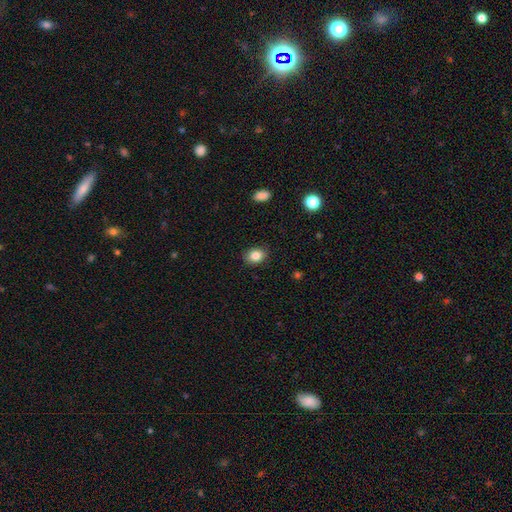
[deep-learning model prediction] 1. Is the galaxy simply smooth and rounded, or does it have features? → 85% smooth, 9% star or artifact, 6% featured or disk.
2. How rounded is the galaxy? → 58% in between, 41% round, 1% cigar-shaped.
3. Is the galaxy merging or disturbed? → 87% none, 10% minor disturbance, 2% major disturbance, 1% merger.